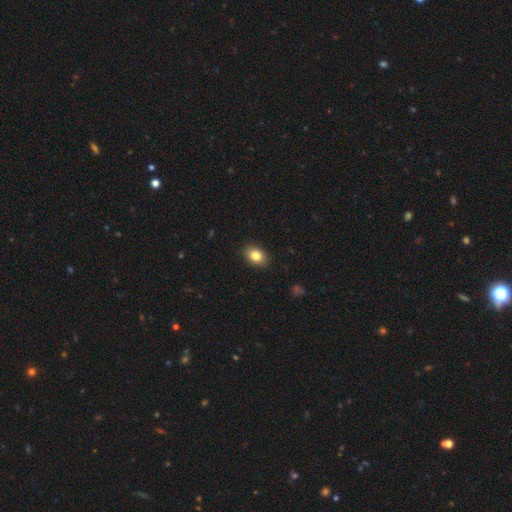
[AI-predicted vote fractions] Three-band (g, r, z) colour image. It shows a smooth galaxy with no disk features (82%) that is in between round and cigar-shaped (77%). Merging: none (90%).